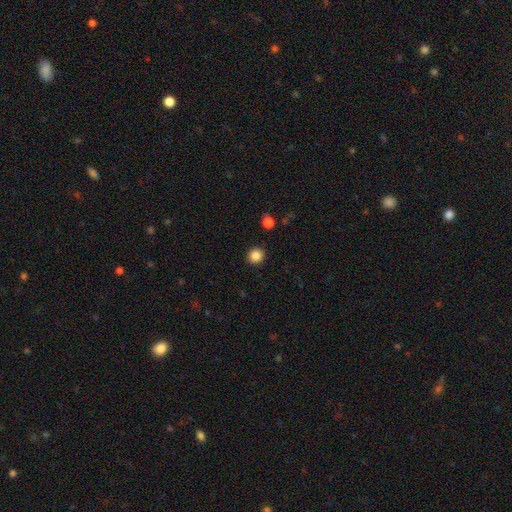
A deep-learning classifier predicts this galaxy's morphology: Smooth or featured?
  - smooth: 85% *
  - star or artifact: 11%
  - featured or disk: 4%
How rounded?
  - round: 92% *
  - in between: 7%
  - cigar-shaped: 1%
Merging?
  - none: 92% *
  - minor disturbance: 5%
  - major disturbance: 2%
  - merger: 1%